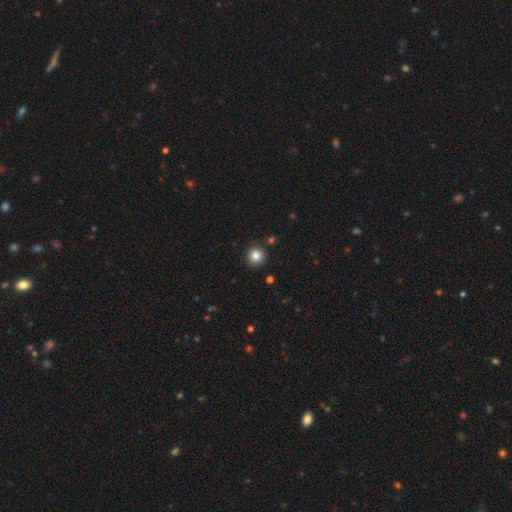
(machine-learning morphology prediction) Overall: smooth (83%). How rounded: round (95%). Merging: none (91%).